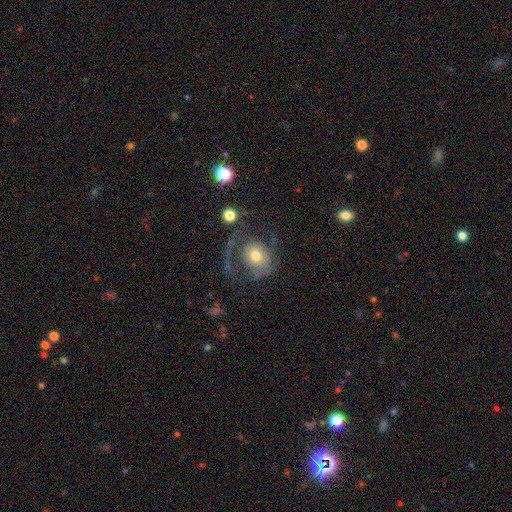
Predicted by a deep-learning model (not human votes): Smooth or featured: featured or disk — 55% (smooth — 37%)
Edge-on disk: no — 97% (yes — 3%)
Bar: no — 77% (weak — 18%)
Spiral arms: yes — 69% (no — 31%)
Bulge size: moderate — 69% (small — 17%)
Merging: major disturbance — 43% (none — 36%)